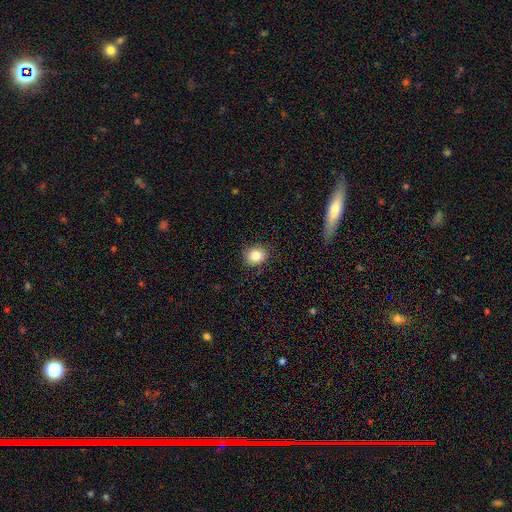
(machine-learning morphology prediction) Q: Smooth or featured?
A: smooth (85%); runner-up: star or artifact (10%)
Q: How rounded?
A: round (70%); runner-up: in between (29%)
Q: Merging?
A: none (87%); runner-up: minor disturbance (10%)